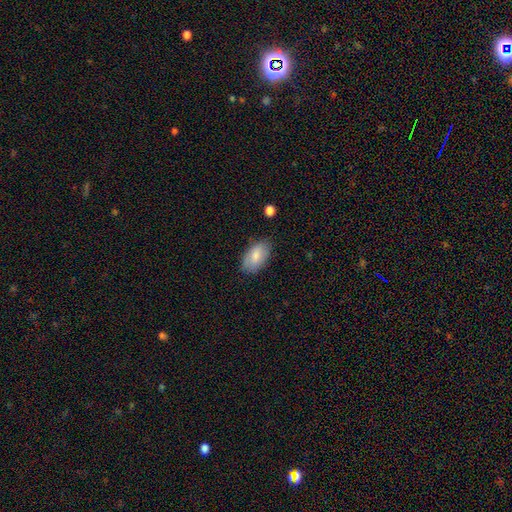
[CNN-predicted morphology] Smooth or featured?
  - smooth: 80% *
  - featured or disk: 14%
  - star or artifact: 6%
How rounded?
  - in between: 94% *
  - round: 3%
  - cigar-shaped: 2%
Merging?
  - none: 79% *
  - minor disturbance: 16%
  - major disturbance: 3%
  - merger: 1%